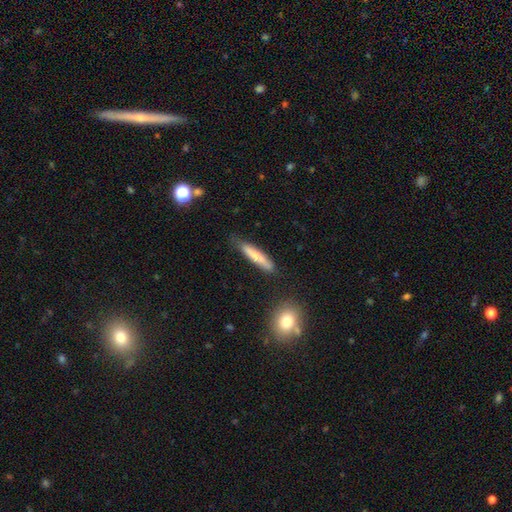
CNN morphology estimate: The model was most divided on "smooth or featured": smooth: 67%, featured or disk: 27%, star or artifact: 6%. More confident: how rounded — cigar-shaped (87%); merging — none (71%).